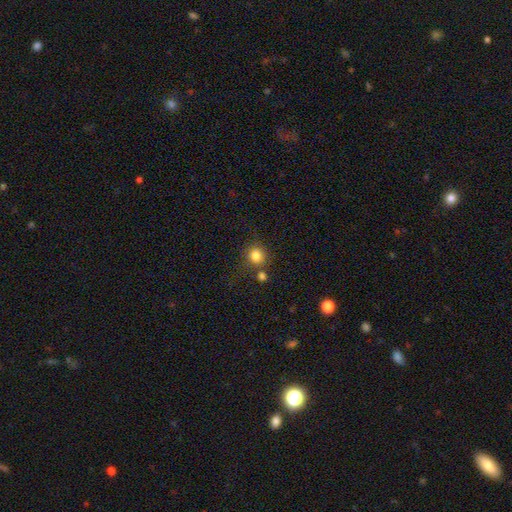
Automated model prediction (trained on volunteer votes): A smooth galaxy with no disk features (82%) that is round (88%).

Vote fractions:
- Smooth or featured? smooth: 82% / star or artifact: 12% / featured or disk: 6%
- How rounded? round: 88% / in between: 11% / cigar-shaped: 1%
- Merging? none: 70% / merger: 15% / minor disturbance: 11% / major disturbance: 4%